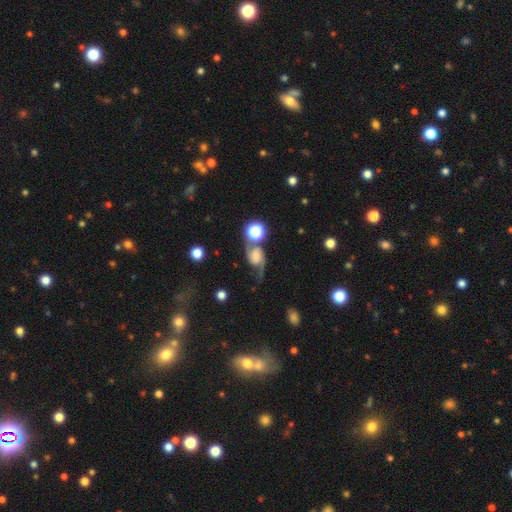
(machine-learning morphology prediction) Smooth or featured? featured or disk (69%)
Edge-on disk? no (95%)
Bar? no (62%)
Spiral arms? yes (93%)
Spiral winding? loose (62%)
Spiral arm count? 2 (87%)
Bulge size? none (30%)
Merging? none (43%)